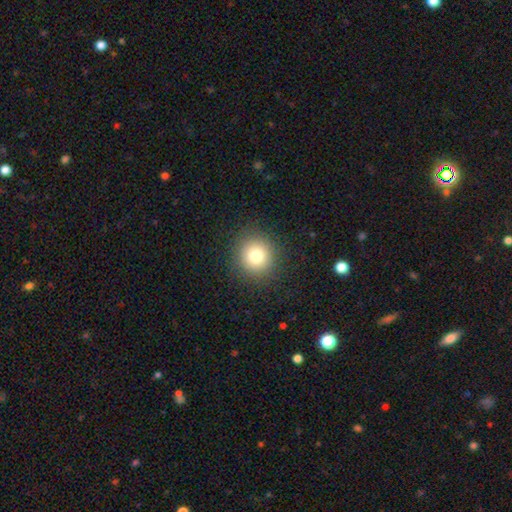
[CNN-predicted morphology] Smooth or featured: smooth — 79% (star or artifact — 12%)
How rounded: round — 92% (in between — 7%)
Merging: none — 90% (minor disturbance — 6%)